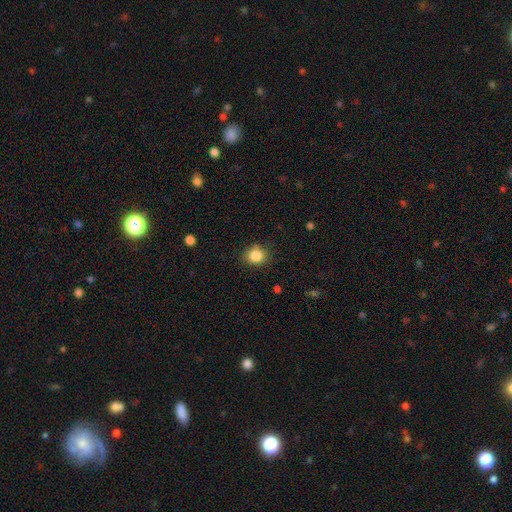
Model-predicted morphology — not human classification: Q: Smooth or featured?
A: smooth (85%); runner-up: star or artifact (10%)
Q: How rounded?
A: round (76%); runner-up: in between (23%)
Q: Merging?
A: none (81%); runner-up: minor disturbance (14%)